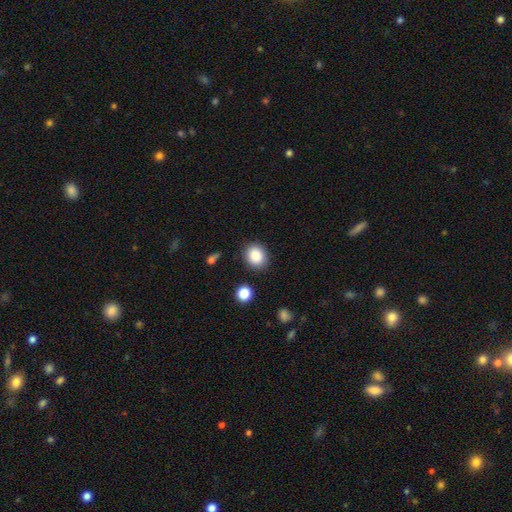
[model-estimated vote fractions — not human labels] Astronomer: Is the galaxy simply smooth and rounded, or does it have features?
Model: smooth — 87%.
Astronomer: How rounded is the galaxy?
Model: round — 62%.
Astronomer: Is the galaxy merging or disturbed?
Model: none — 84%.